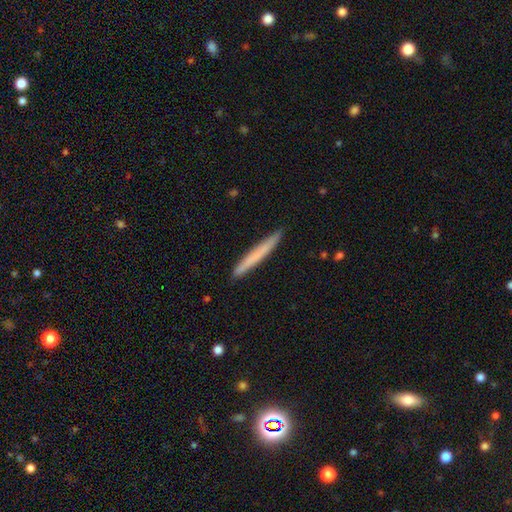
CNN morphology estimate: smooth_or_featured: smooth (p=0.67) [alt: featured or disk p=0.27]
how_rounded: cigar-shaped (p=0.97) [alt: in between p=0.02]
merging: none (p=0.91) [alt: minor disturbance p=0.07]